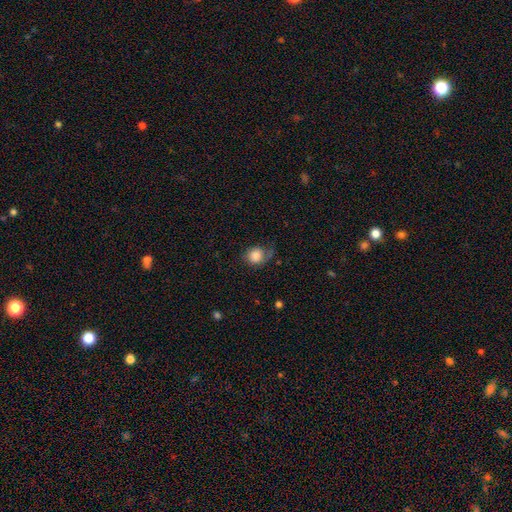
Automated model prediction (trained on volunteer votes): Smooth or featured? Predicted: smooth (p=0.80). How rounded? Predicted: round (p=0.70). Merging? Predicted: none (p=0.43).